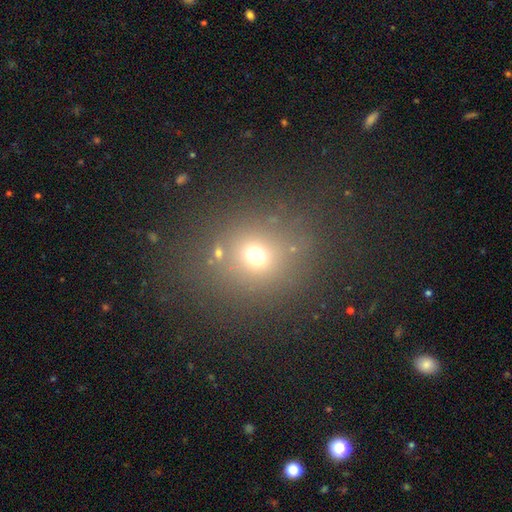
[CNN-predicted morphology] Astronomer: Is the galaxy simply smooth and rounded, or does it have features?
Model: smooth — 67%.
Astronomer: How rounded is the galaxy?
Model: round — 82%.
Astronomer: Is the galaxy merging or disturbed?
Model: none — 77%.